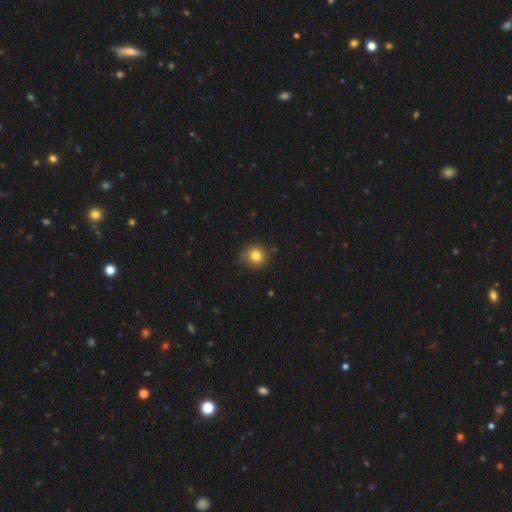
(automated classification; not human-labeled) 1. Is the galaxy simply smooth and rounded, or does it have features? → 80% smooth, 11% star or artifact, 9% featured or disk.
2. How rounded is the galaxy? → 88% round, 11% in between, 1% cigar-shaped.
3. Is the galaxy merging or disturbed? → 72% none, 21% minor disturbance, 4% major disturbance, 2% merger.